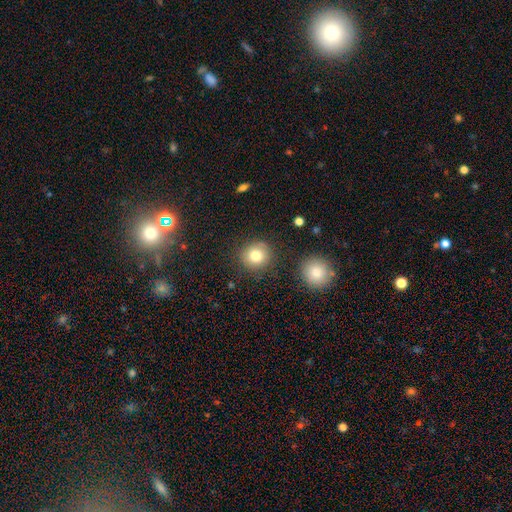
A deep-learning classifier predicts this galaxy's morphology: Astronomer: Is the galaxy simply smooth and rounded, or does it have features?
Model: smooth — 81%.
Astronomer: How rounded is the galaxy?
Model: round — 89%.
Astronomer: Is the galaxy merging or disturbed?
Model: none — 84%.